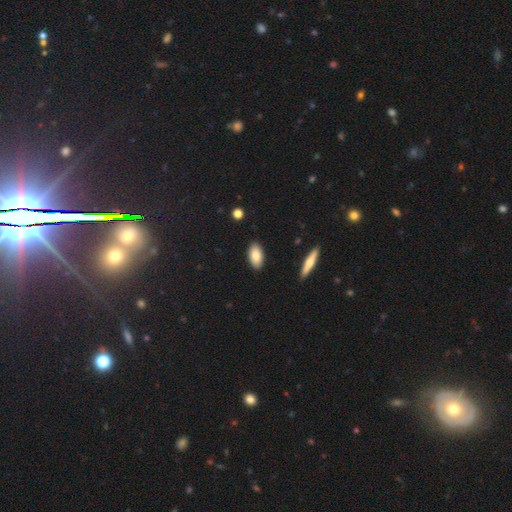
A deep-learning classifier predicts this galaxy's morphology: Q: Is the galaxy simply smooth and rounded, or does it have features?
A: smooth — 84%.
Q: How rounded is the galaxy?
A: in between — 92%.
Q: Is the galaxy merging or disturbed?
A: none — 89%.